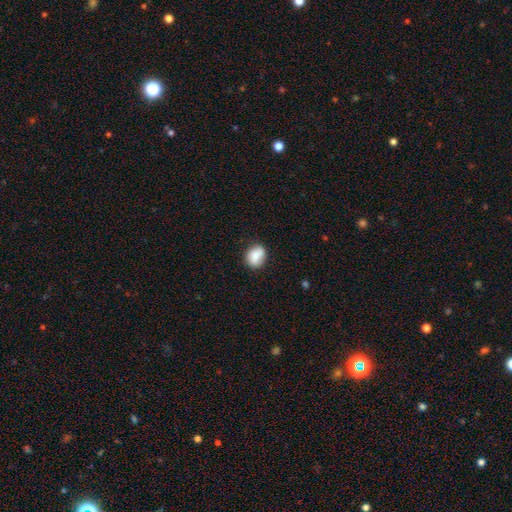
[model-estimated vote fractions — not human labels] A smooth galaxy with no disk features (80%) that is round (59%). Merging: none (72%).